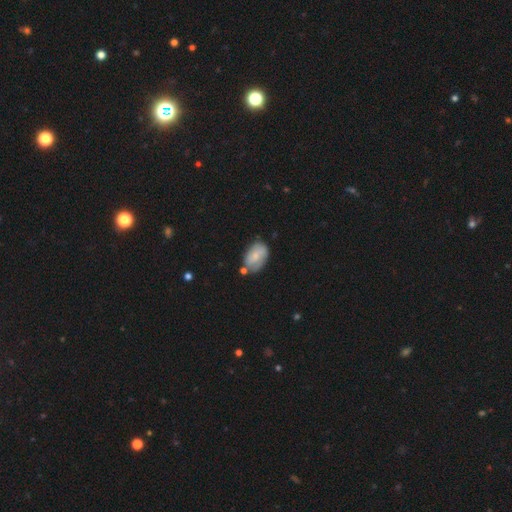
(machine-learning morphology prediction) smooth_or_featured: smooth (p=0.63) [alt: featured or disk p=0.30]
how_rounded: in between (p=0.89) [alt: round p=0.09]
merging: none (p=0.56) [alt: minor disturbance p=0.27]